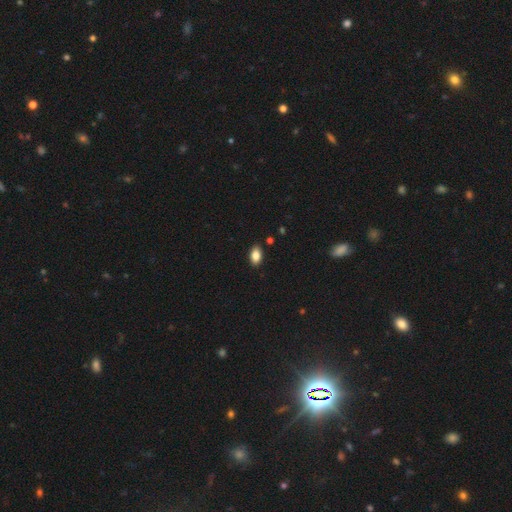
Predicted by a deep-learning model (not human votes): Smooth or featured? Predicted: smooth (p=0.86). How rounded? Predicted: in between (p=0.91). Merging? Predicted: none (p=0.89).